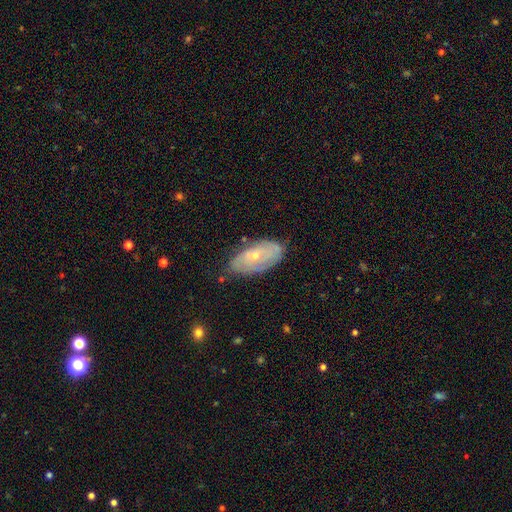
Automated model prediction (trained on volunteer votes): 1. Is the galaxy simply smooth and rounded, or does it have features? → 58% featured or disk, 35% smooth, 7% star or artifact.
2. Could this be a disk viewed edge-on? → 90% no, 10% yes.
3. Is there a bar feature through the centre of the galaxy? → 79% no, 17% weak, 4% strong.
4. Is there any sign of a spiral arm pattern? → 62% yes, 38% no.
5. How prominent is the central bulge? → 68% small, 29% moderate, 1% none, 1% large, 1% dominant.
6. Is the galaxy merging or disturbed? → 68% none, 25% minor disturbance, 5% major disturbance, 2% merger.